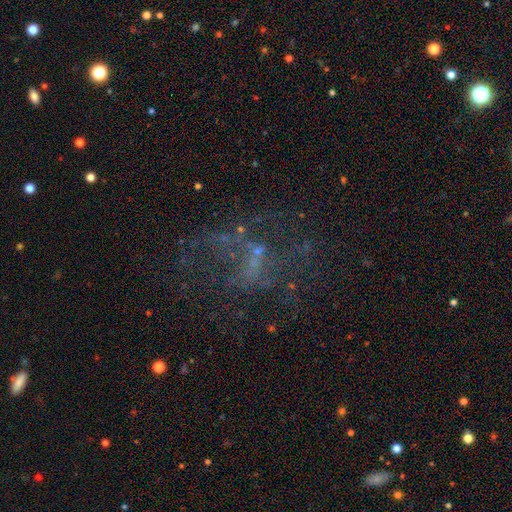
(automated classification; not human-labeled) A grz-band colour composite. It shows a featured or disk galaxy (52%) with no bar (79%), no spiral arms (80%) and no central bulge (61%). Merging: none (44%).